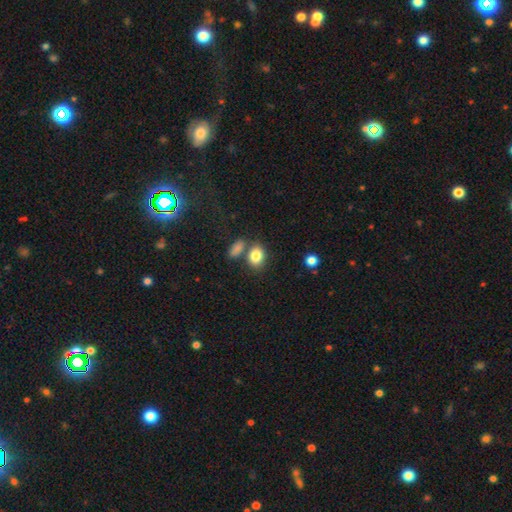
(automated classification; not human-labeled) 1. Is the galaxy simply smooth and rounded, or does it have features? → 84% smooth, 9% star or artifact, 7% featured or disk.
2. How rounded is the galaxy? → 66% in between, 33% round, 2% cigar-shaped.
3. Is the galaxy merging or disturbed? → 60% none, 23% merger, 12% minor disturbance, 4% major disturbance.